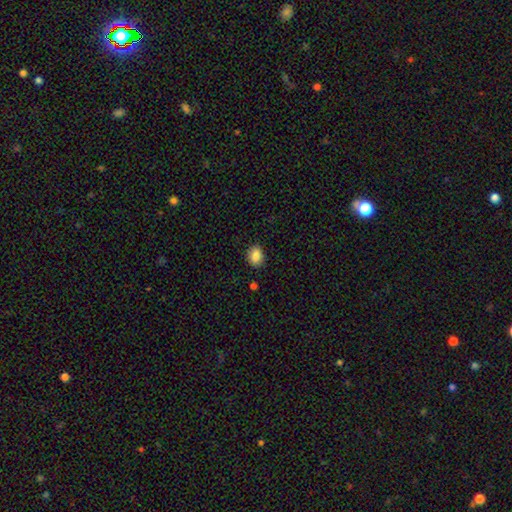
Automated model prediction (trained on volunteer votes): This is clearly a smooth galaxy (86%). How rounded: likely in between (60%). Merging: clearly none (88%).